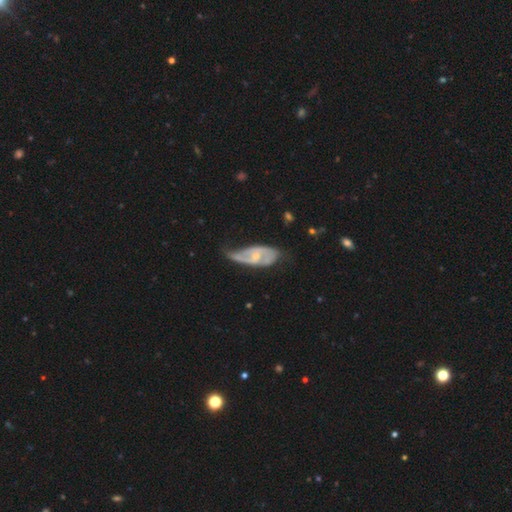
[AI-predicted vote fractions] Smooth or featured? Predicted: featured or disk (p=0.77). Edge-on disk? Predicted: no (p=0.92). Bar? Predicted: no (p=0.53). Spiral arms? Predicted: yes (p=0.85). Spiral winding? Predicted: medium (p=0.42). Spiral arm count? Predicted: 2 (p=0.67). Bulge size? Predicted: small (p=0.56). Merging? Predicted: none (p=0.40).